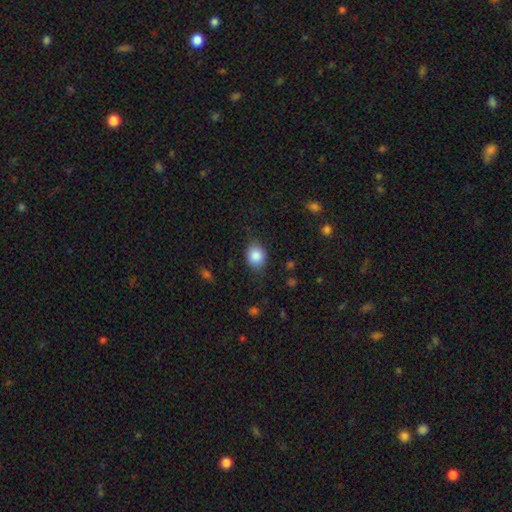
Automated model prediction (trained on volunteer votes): smooth 86%, star or artifact 8%, featured or disk 6%. Down the decision tree: how rounded — round (55%); merging — none (78%).